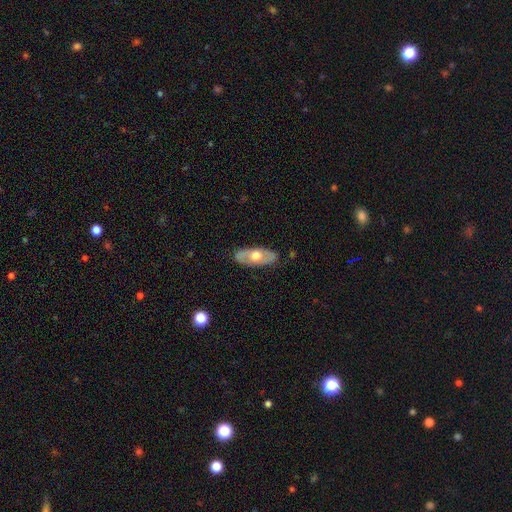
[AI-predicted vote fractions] Smooth or featured?
  - featured or disk: 54% *
  - smooth: 40%
  - star or artifact: 5%
Edge-on disk?
  - no: 75% *
  - yes: 25%
Merging?
  - none: 84% *
  - minor disturbance: 12%
  - major disturbance: 3%
  - merger: 1%